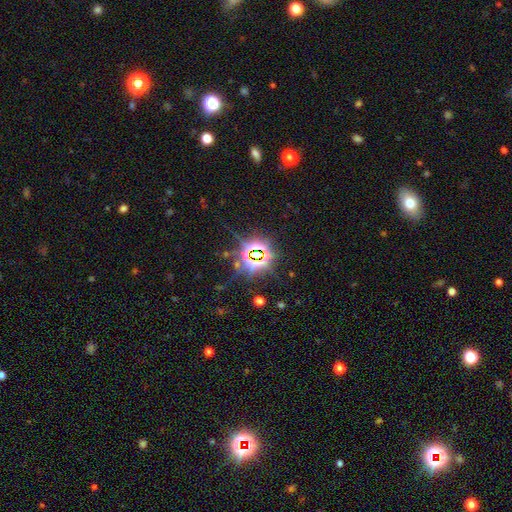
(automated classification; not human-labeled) A star or artifact, not a galaxy (83%).